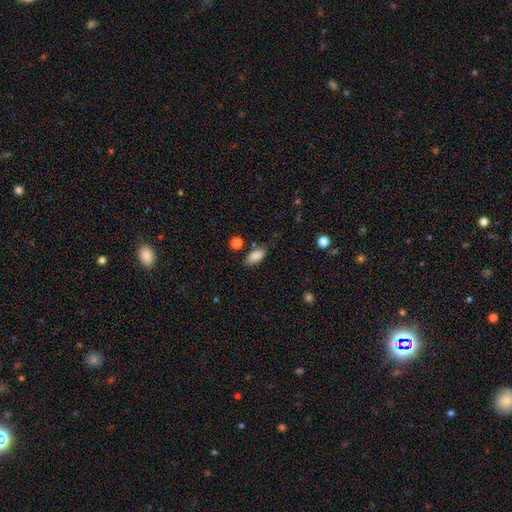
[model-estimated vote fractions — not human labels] A smooth galaxy with no disk features (85%) that is in between round and cigar-shaped (89%).

Vote fractions:
- Smooth or featured? smooth: 85% / star or artifact: 8% / featured or disk: 7%
- How rounded? in between: 89% / cigar-shaped: 7% / round: 4%
- Merging? none: 68% / minor disturbance: 22% / major disturbance: 6% / merger: 5%